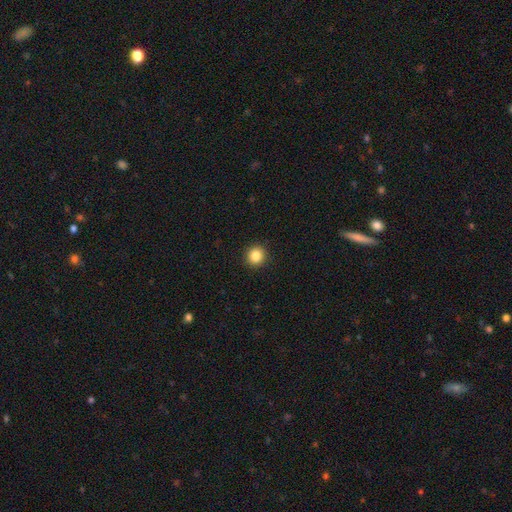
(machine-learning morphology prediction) Smooth or featured?
  - smooth: 85% *
  - star or artifact: 10%
  - featured or disk: 4%
How rounded?
  - round: 91% *
  - in between: 8%
  - cigar-shaped: 1%
Merging?
  - none: 92% *
  - minor disturbance: 5%
  - major disturbance: 2%
  - merger: 1%